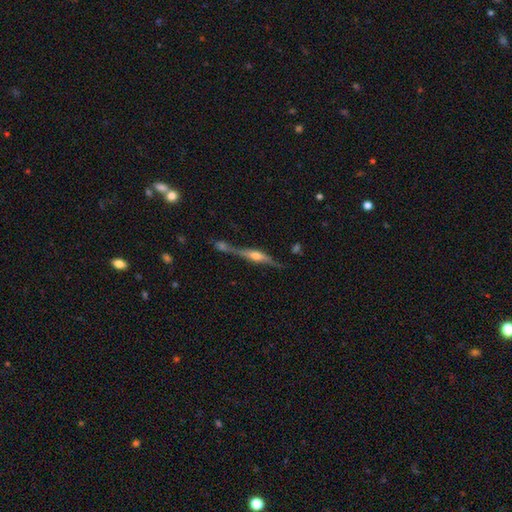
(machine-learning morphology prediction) Q: Smooth or featured?
A: featured or disk (75%); runner-up: smooth (18%)
Q: Edge-on disk?
A: yes (91%); runner-up: no (9%)
Q: Edge-on bulge?
A: rounded (85%); runner-up: boxy (10%)
Q: Merging?
A: none (48%); runner-up: merger (28%)